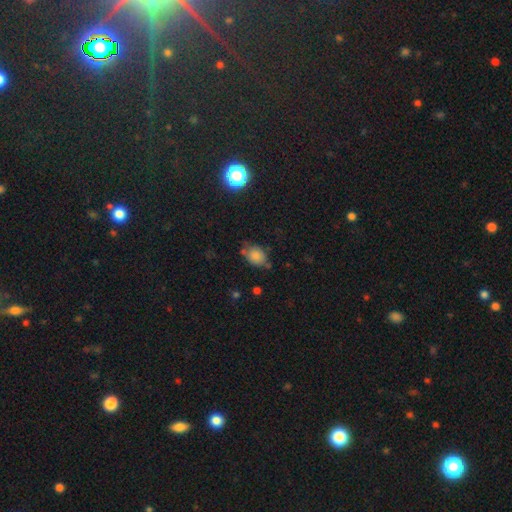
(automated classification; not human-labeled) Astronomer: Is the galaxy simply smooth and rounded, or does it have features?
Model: smooth — 80%.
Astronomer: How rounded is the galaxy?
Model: in between — 52% (runner-up: round, 46%).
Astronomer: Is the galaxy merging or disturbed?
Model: none — 57%.